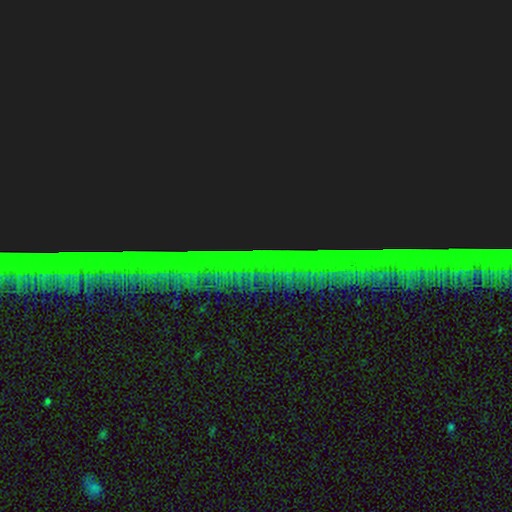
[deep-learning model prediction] Smooth or featured? Predicted: star or artifact (p=0.87).